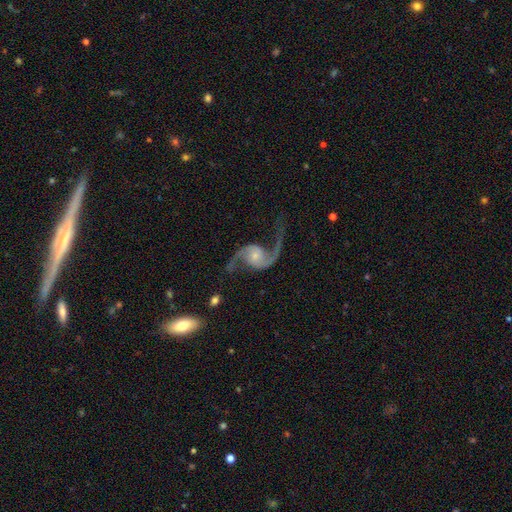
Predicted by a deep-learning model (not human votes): Overall: featured or disk (92%). Edge-on disk: no (98%). Bar: no (64%; weak 28%). Spiral arms: yes (98%). Spiral arm count: 2 (94%). Spiral winding: loose (80%). Bulge size: small (54%; moderate 32%). Merging: none (72%).